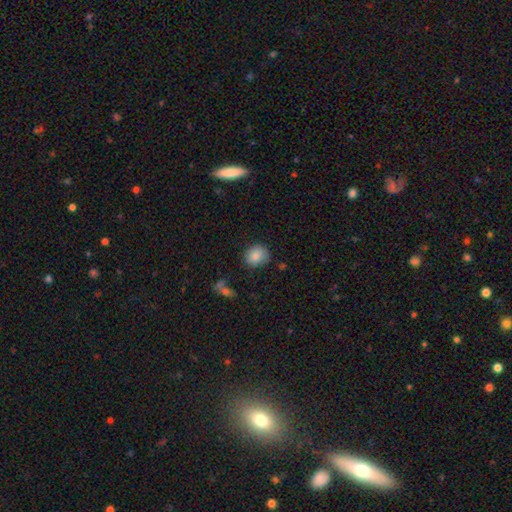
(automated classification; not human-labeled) The model was most divided on "how rounded": round: 68%, in between: 31%, cigar-shaped: 1%. More confident: smooth or featured — smooth (85%); merging — none (76%).